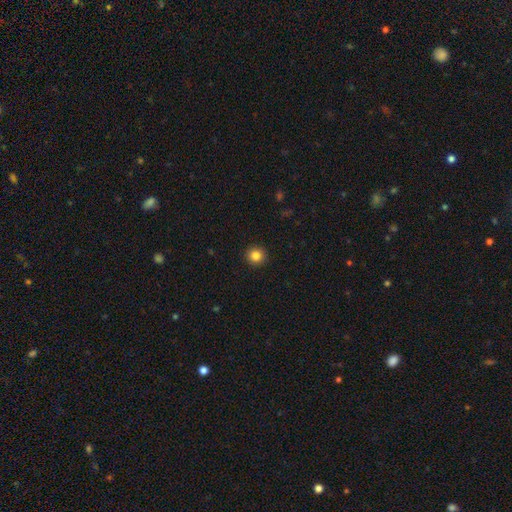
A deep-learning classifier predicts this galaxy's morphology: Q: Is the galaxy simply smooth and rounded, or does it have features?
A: smooth — 84%.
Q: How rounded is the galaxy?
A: round — 95%.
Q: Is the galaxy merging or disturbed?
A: none — 93%.